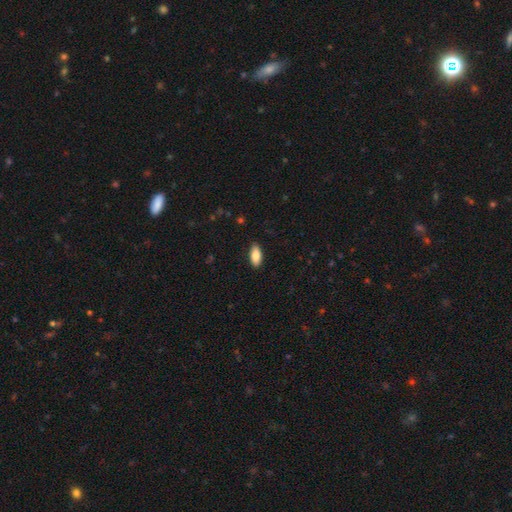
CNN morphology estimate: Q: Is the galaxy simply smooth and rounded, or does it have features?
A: smooth — 86%.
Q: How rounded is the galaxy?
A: in between — 85%.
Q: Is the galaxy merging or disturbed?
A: none — 88%.